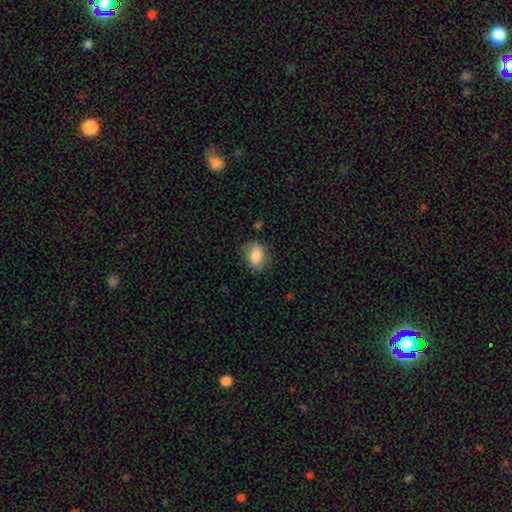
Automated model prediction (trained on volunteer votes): Morphology: type=smooth (80%); roundness=in between (73%); merging=none (71%).